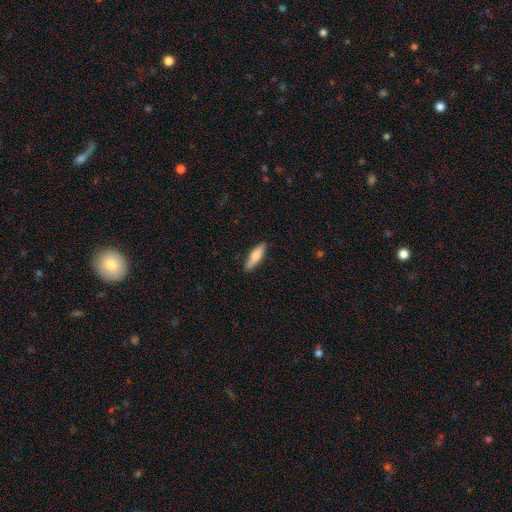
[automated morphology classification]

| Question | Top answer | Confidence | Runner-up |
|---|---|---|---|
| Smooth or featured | smooth | 70% | featured or disk (25%) |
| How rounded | cigar-shaped | 62% | in between (37%) |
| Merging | none | 85% | minor disturbance (12%) |